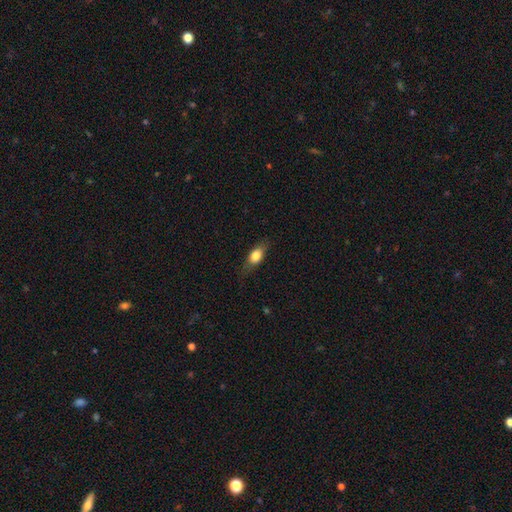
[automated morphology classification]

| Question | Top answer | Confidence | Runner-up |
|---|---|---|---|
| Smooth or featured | smooth | 74% | featured or disk (19%) |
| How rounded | in between | 75% | cigar-shaped (15%) |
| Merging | none | 73% | minor disturbance (20%) |